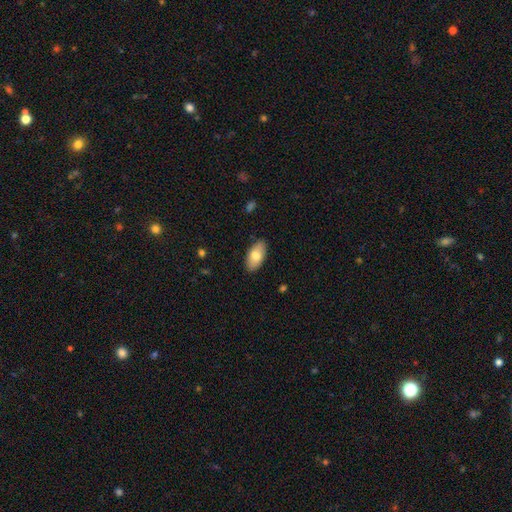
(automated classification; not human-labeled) A smooth galaxy with no disk features (75%) that is in between round and cigar-shaped (93%). Merging: none (87%).